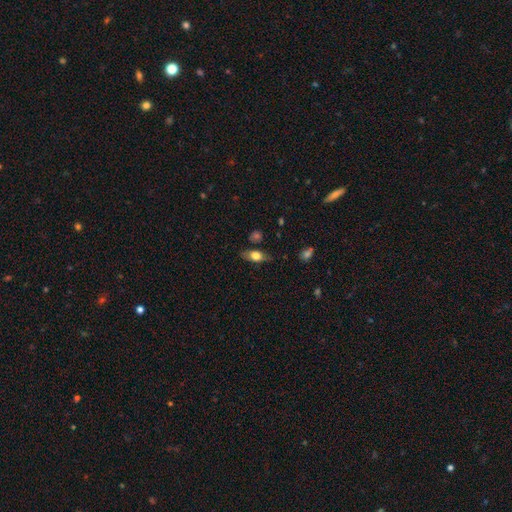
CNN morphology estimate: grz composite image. It shows a smooth galaxy with no disk features (62%) that is in between round and cigar-shaped (73%). Merging: none (74%).